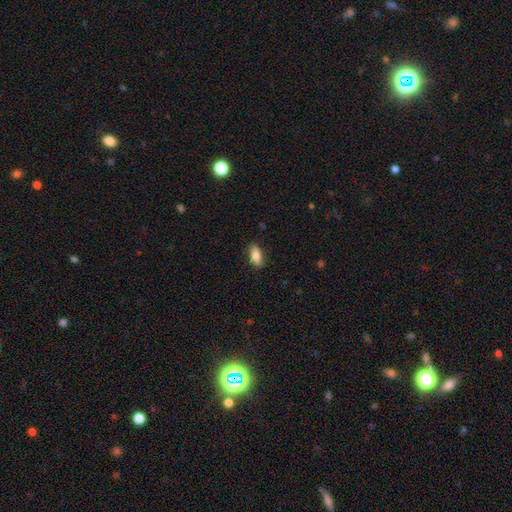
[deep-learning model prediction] Q: Smooth or featured?
A: smooth (78%); runner-up: featured or disk (15%)
Q: How rounded?
A: in between (84%); runner-up: cigar-shaped (13%)
Q: Merging?
A: none (84%); runner-up: minor disturbance (13%)